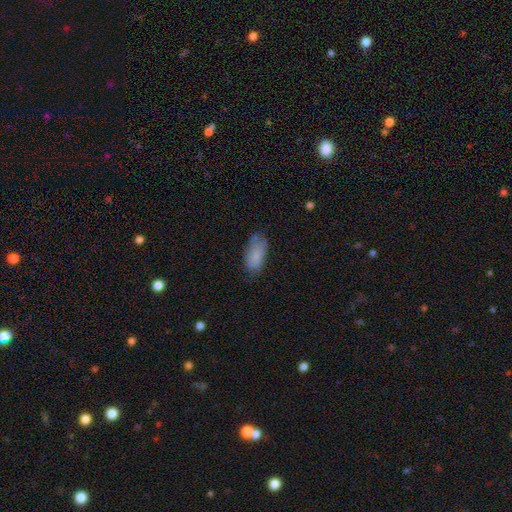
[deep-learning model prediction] The model was most divided on "merging": none: 61%, minor disturbance: 29%, major disturbance: 8%, merger: 2%. More confident: how rounded — in between (91%); smooth or featured — smooth (80%).